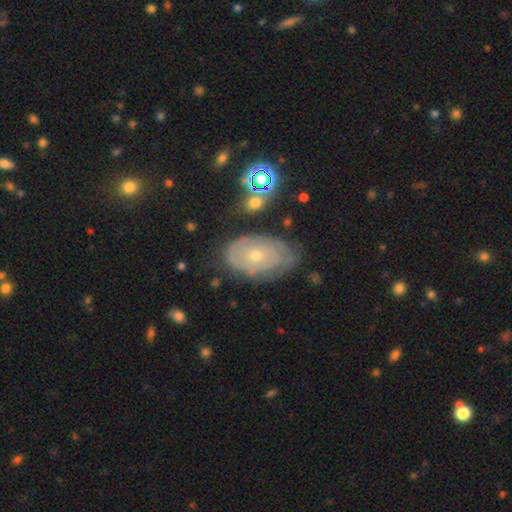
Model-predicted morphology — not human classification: smooth_or_featured: featured or disk (p=0.56) [alt: smooth p=0.35]
disk_edge_on: no (p=0.92) [alt: yes p=0.08]
bar: no (p=0.88) [alt: weak p=0.10]
has_spiral_arms: yes (p=0.54) [alt: no p=0.46]
bulge_size: small (p=0.64) [alt: moderate p=0.33]
merging: none (p=0.61) [alt: minor disturbance p=0.27]